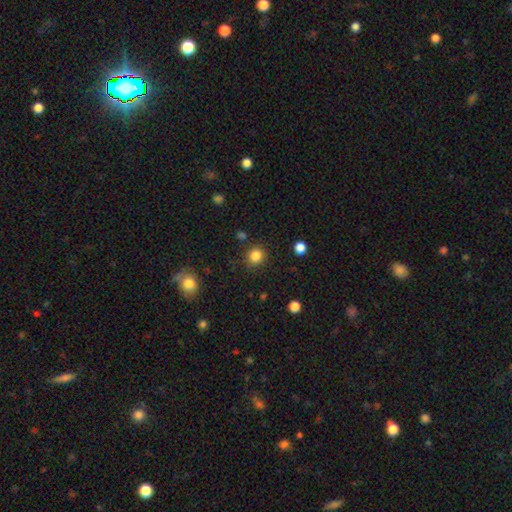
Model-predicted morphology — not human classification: The model was most divided on "how rounded": round: 86%, in between: 13%, cigar-shaped: 1%. More confident: merging — none (85%); smooth or featured — smooth (84%).